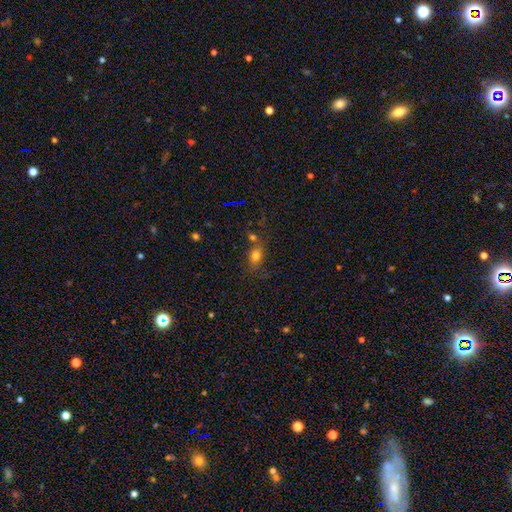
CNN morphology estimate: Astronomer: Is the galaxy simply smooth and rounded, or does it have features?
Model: smooth — 71%.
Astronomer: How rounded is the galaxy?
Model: in between — 54% (runner-up: round, 42%).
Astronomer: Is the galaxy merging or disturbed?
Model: none — 59%.